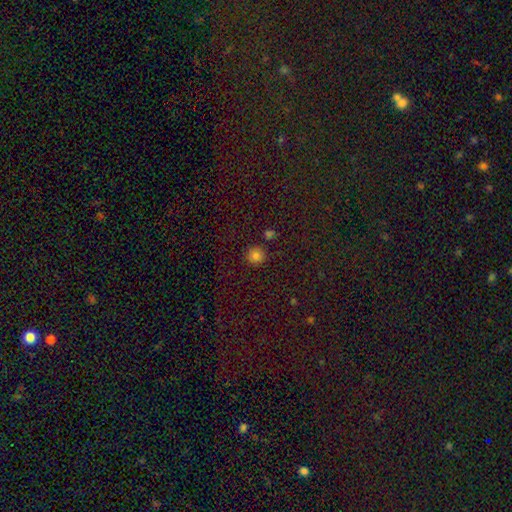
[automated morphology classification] smooth_or_featured: smooth (p=0.80) [alt: star or artifact p=0.15]
how_rounded: round (p=0.93) [alt: in between p=0.06]
merging: none (p=0.85) [alt: minor disturbance p=0.07]